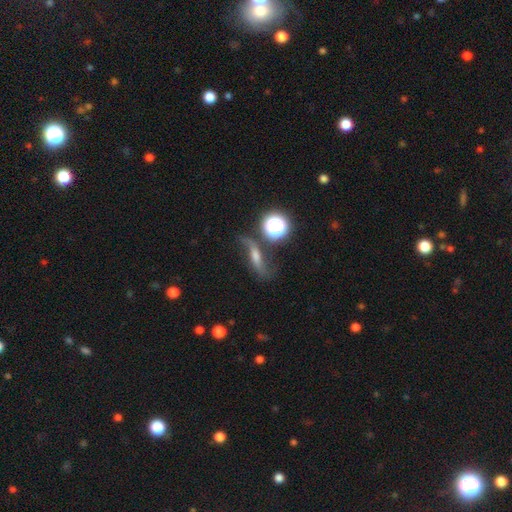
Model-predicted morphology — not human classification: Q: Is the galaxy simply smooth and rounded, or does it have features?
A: featured or disk — 57%.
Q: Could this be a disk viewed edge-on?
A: no — 70%.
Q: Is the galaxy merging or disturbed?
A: none — 55%.